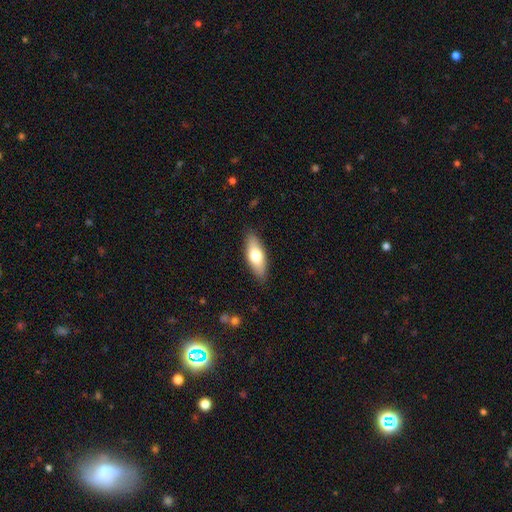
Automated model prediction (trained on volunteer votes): Smooth or featured?
  - smooth: 65% *
  - featured or disk: 29%
  - star or artifact: 6%
How rounded?
  - in between: 67% *
  - cigar-shaped: 30%
  - round: 3%
Merging?
  - none: 87% *
  - minor disturbance: 10%
  - major disturbance: 2%
  - merger: 1%